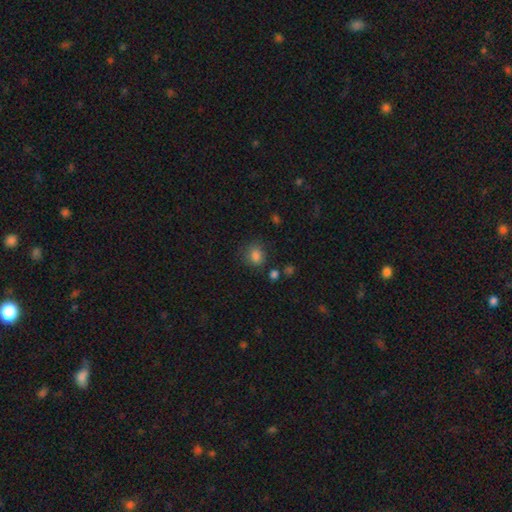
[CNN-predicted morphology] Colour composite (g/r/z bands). It shows a smooth galaxy with no disk features (82%) that is round (57%). Merging: none (72%).